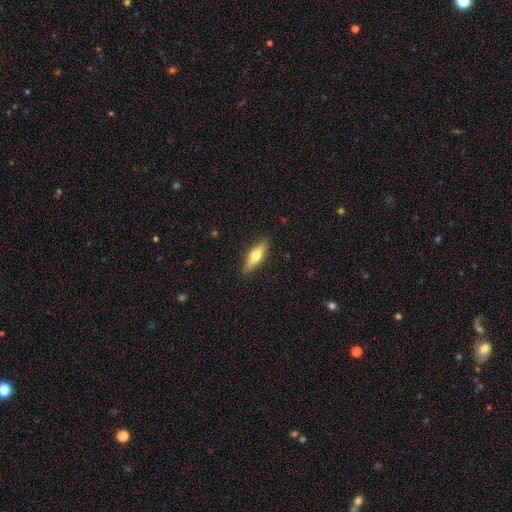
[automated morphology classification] smooth_or_featured: smooth (p=0.60) [alt: featured or disk p=0.34]
how_rounded: in between (p=0.51) [alt: cigar-shaped p=0.47]
merging: none (p=0.87) [alt: minor disturbance p=0.10]